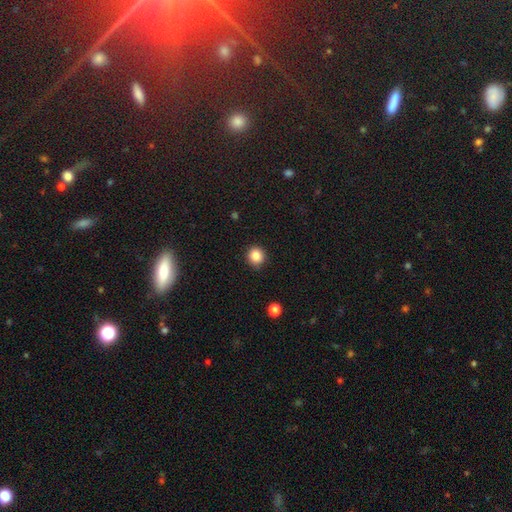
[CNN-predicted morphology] Overall: smooth (85%). How rounded: round (92%). Merging: none (90%).